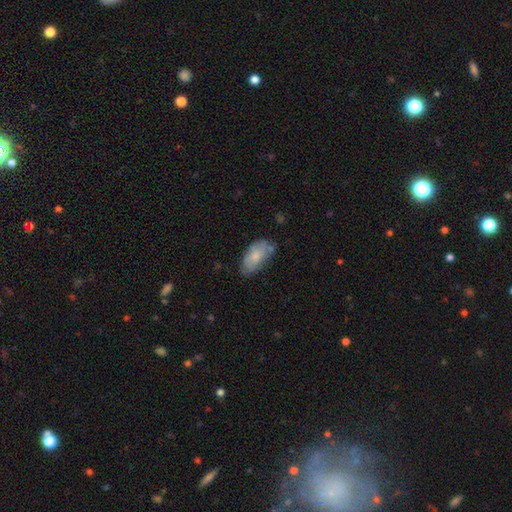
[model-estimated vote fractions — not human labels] smooth_or_featured: smooth (p=0.68) [alt: featured or disk p=0.26]
how_rounded: in between (p=0.93) [alt: cigar-shaped p=0.04]
merging: none (p=0.62) [alt: minor disturbance p=0.28]